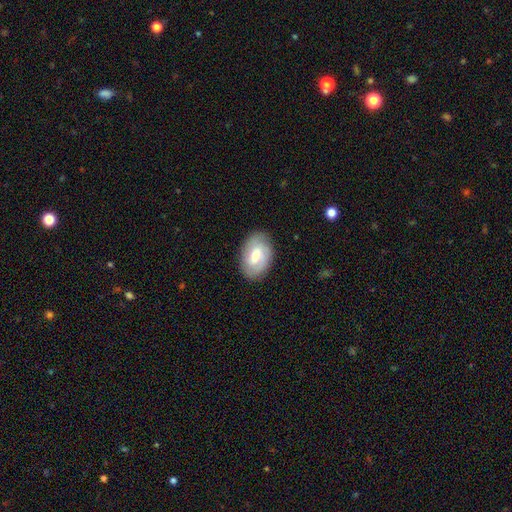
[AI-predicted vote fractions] Smooth or featured: smooth — 50% (featured or disk — 43%)
How rounded: in between — 86% (round — 12%)
Merging: none — 85% (minor disturbance — 11%)